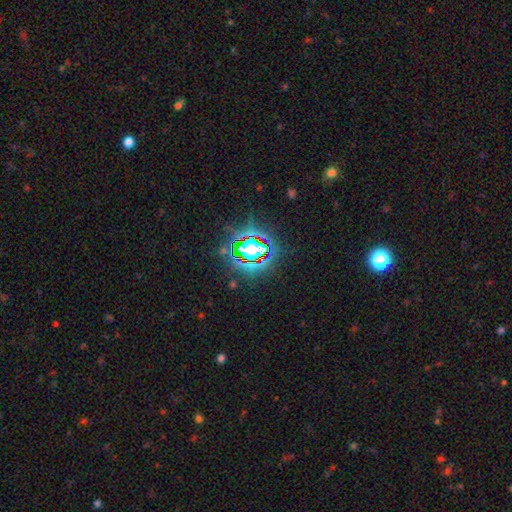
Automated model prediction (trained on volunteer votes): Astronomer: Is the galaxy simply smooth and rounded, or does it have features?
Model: star or artifact — 75%.